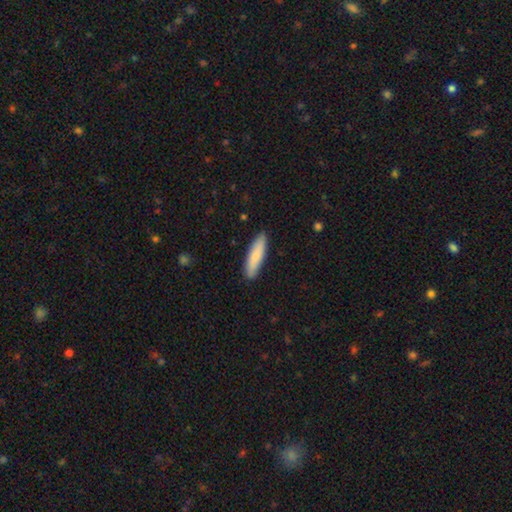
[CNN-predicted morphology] smooth 82%, featured or disk 13%, star or artifact 5%. Down the decision tree: how rounded — cigar-shaped (71%); merging — none (89%).